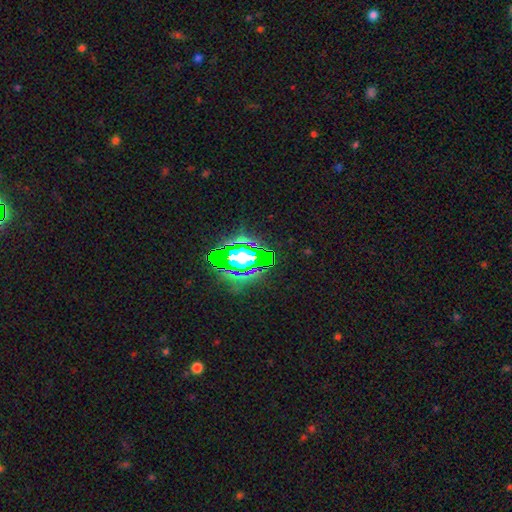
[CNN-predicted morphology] type=star or artifact (53%).